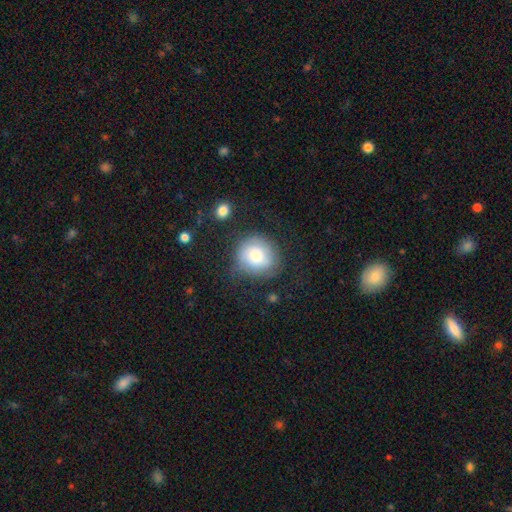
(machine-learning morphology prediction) Smooth or featured? smooth (72%)
How rounded? round (83%)
Merging? none (64%)